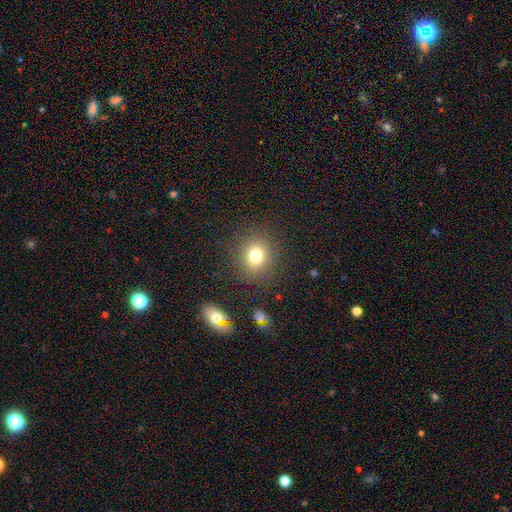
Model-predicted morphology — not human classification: smooth_or_featured: smooth (p=0.76) [alt: star or artifact p=0.15]
how_rounded: round (p=0.74) [alt: in between p=0.25]
merging: none (p=0.87) [alt: minor disturbance p=0.08]